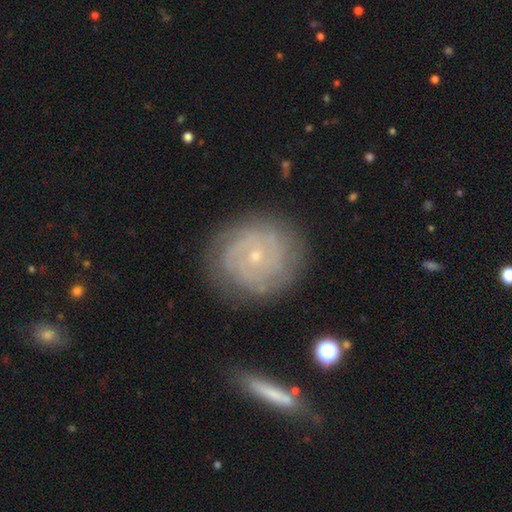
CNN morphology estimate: Smooth or featured?
  - featured or disk: 78% *
  - smooth: 14%
  - star or artifact: 7%
Edge-on disk?
  - no: 97% *
  - yes: 3%
Bar?
  - no: 77% *
  - weak: 19%
  - strong: 4%
Spiral arms?
  - yes: 92% *
  - no: 8%
Spiral winding?
  - tight: 75% *
  - medium: 19%
  - loose: 5%
Spiral arm count?
  - can't tell: 34% *
  - 2: 28%
  - 3: 17%
  - 4: 9%
  - more than 4: 6%
  - 1: 6%
Bulge size?
  - small: 83% *
  - moderate: 14%
  - none: 1%
  - large: 1%
  - dominant: 1%
Merging?
  - none: 81% *
  - minor disturbance: 13%
  - major disturbance: 4%
  - merger: 2%